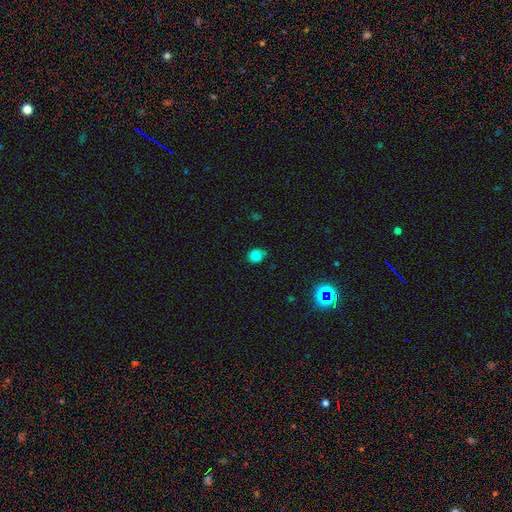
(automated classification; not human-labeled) Smooth or featured: smooth — 79% (star or artifact — 15%)
How rounded: round — 69% (in between — 30%)
Merging: none — 64% (minor disturbance — 27%)